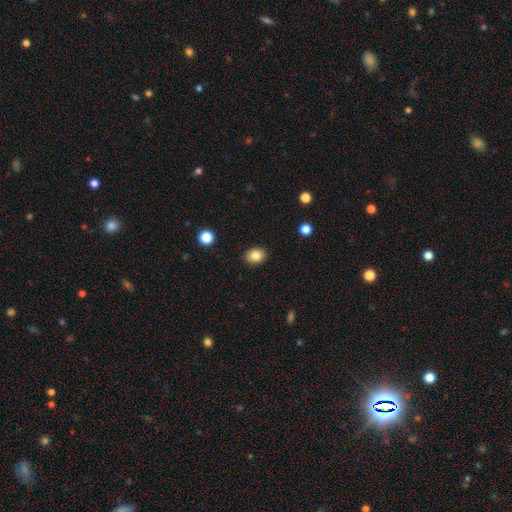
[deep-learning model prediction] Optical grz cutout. It shows a smooth galaxy with no disk features (83%) that is in between round and cigar-shaped (60%). Merging: none (89%).